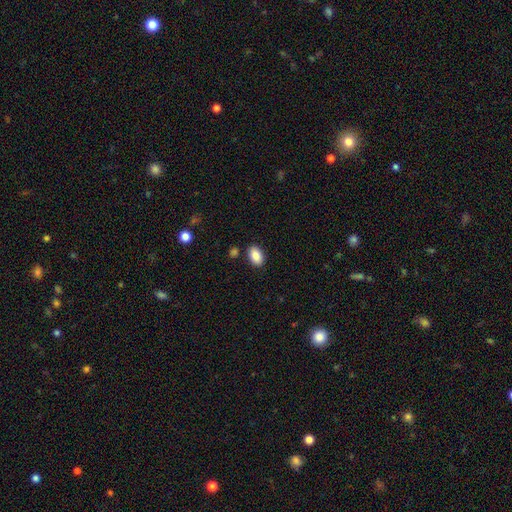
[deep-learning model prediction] Overall: smooth (87%). How rounded: in between (91%). Merging: none (86%).